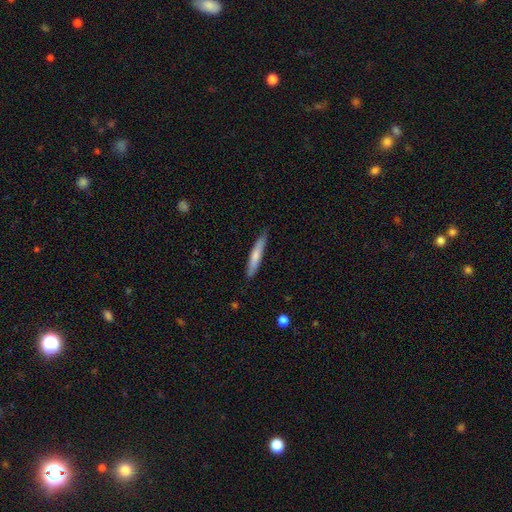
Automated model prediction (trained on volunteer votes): This is likely a smooth galaxy (71%). How rounded: clearly cigar-shaped (92%). Merging: clearly none (82%).